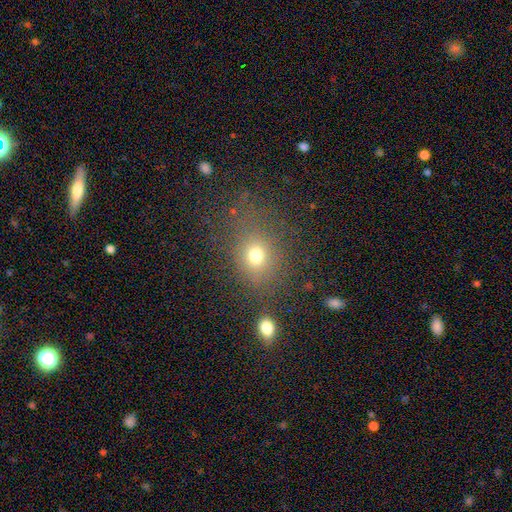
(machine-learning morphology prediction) This appears to be a smooth galaxy with no disk features (71%) that is round (59%). Merging: none (70%).